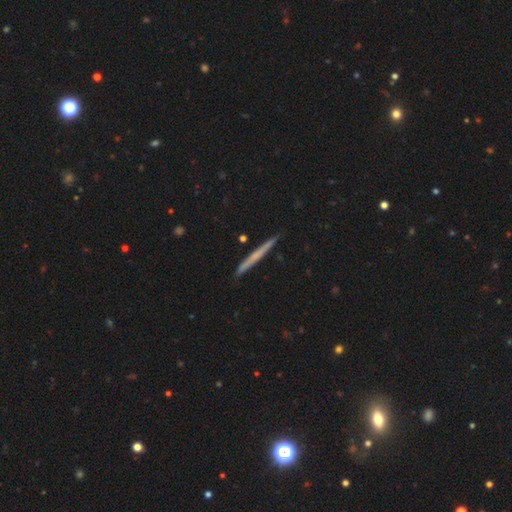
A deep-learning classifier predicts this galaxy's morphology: Smooth or featured? smooth (48%)
Merging? none (91%)